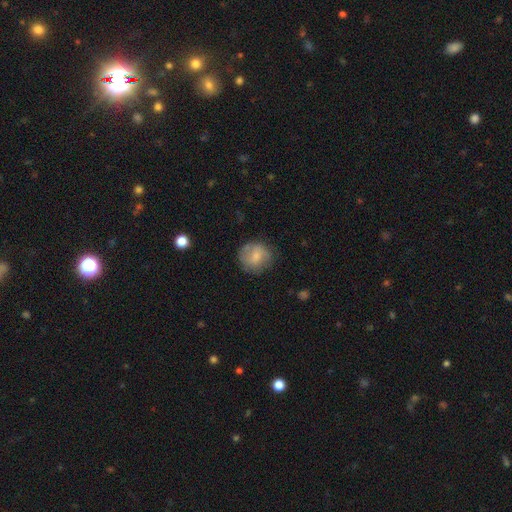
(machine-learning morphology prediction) Smooth or featured? smooth (68%)
How rounded? round (85%)
Merging? none (69%)